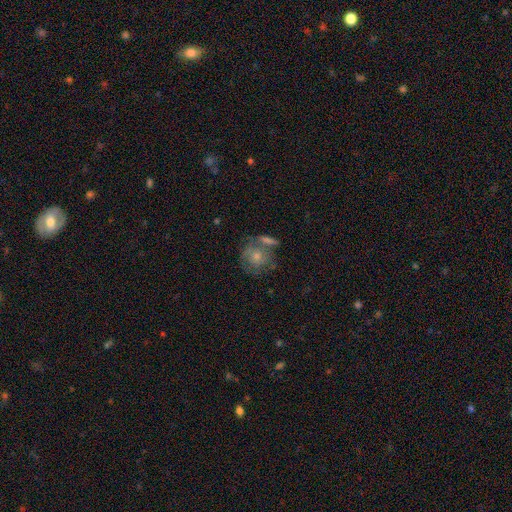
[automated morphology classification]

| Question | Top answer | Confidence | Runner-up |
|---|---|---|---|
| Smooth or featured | featured or disk | 53% | smooth (34%) |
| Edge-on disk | no | 95% | yes (5%) |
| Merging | none | 58% | merger (21%) |